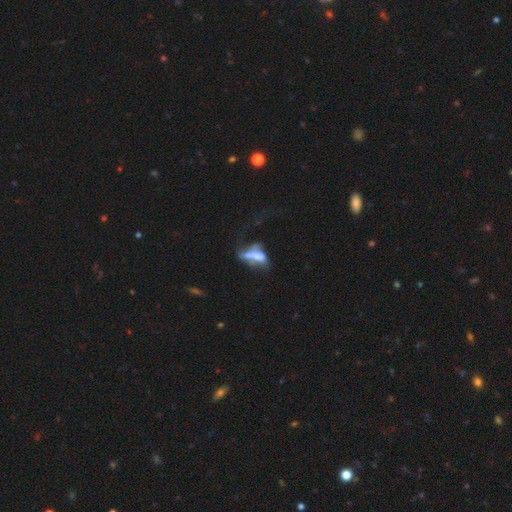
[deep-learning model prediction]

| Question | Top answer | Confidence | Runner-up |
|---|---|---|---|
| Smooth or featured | smooth | 46% | featured or disk (41%) |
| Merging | major disturbance | 35% | merger (33%) |